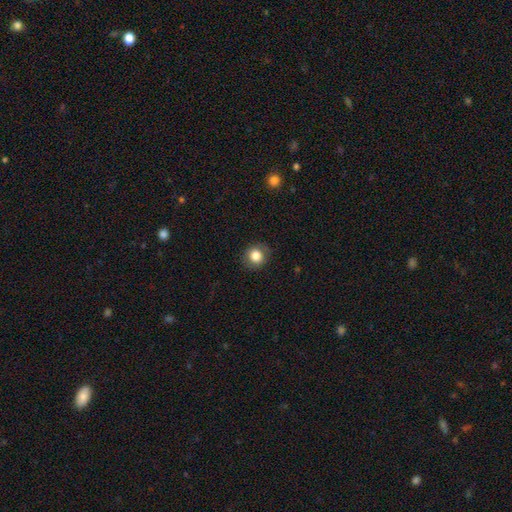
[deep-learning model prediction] Morphology: type=smooth (81%); roundness=round (82%); merging=none (84%).